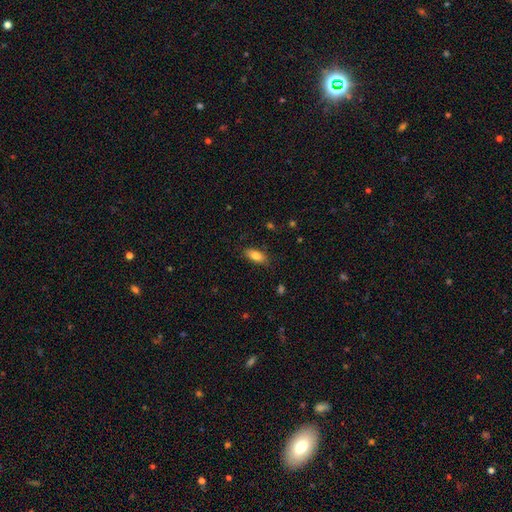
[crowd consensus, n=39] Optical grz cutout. It shows a smooth galaxy with no disk features (74%) that is in between round and cigar-shaped (90%). Merging: none (89%).